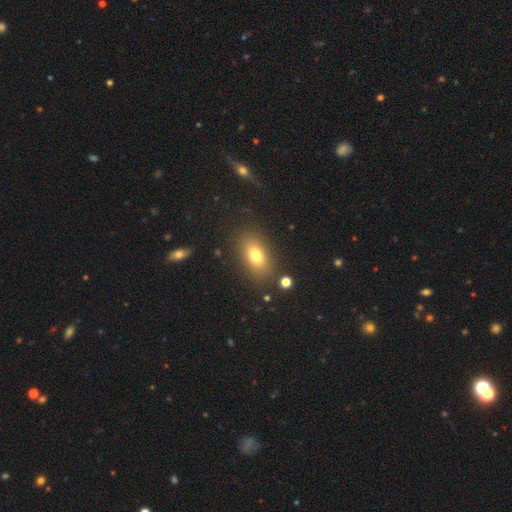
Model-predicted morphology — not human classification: Smooth or featured: smooth — 76% (featured or disk — 13%)
How rounded: in between — 84% (round — 13%)
Merging: none — 83% (minor disturbance — 10%)